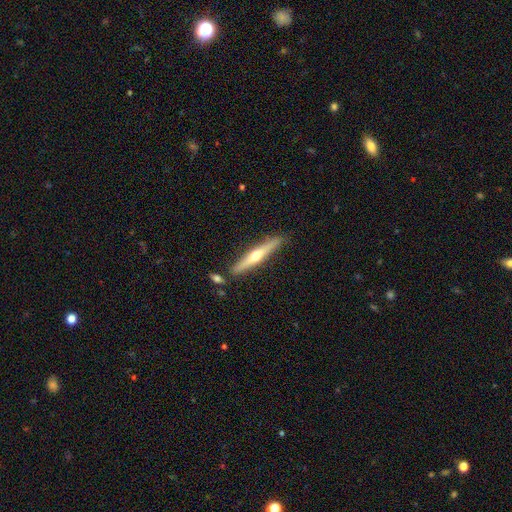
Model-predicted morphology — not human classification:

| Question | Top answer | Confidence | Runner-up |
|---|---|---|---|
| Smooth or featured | featured or disk | 65% | smooth (30%) |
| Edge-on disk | yes | 96% | no (4%) |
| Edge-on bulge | rounded | 89% | none (9%) |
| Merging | none | 84% | minor disturbance (9%) |